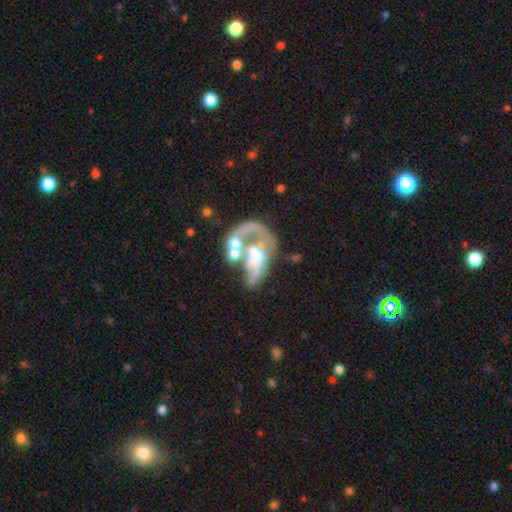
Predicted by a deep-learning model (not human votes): This is likely a featured or disk galaxy (67%). It is clearly not viewed edge-on (97%). Bar: likely no (79%). Spiral arm pattern: likely no (64%). Central bulge: possibly moderate (51%). Merging: possibly merger (54%).